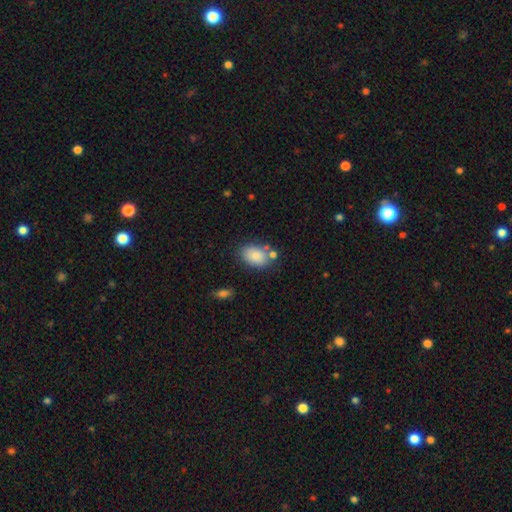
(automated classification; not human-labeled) Overall: smooth (85%). How rounded: in between (88%). Merging: none (67%).